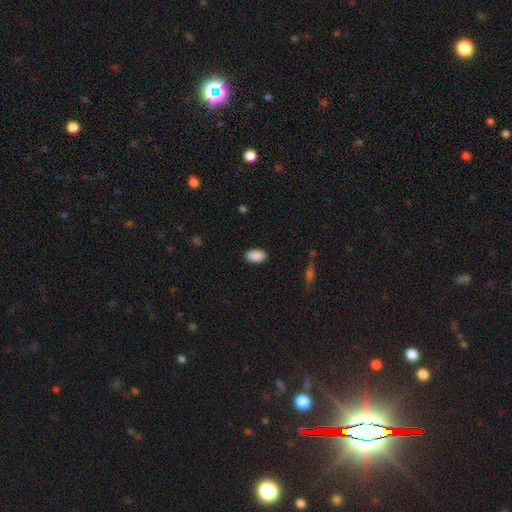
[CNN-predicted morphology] This appears to be a smooth galaxy with no disk features (90%) that is in between round and cigar-shaped (94%). Merging: none (89%).